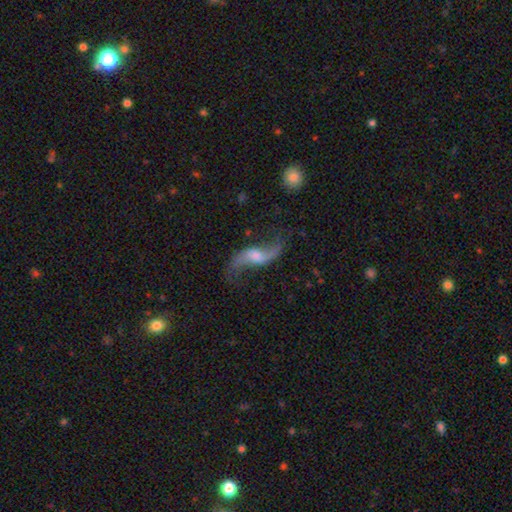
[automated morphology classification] Smooth or featured?
  - featured or disk: 86% *
  - smooth: 8%
  - star or artifact: 6%
Edge-on disk?
  - no: 93% *
  - yes: 7%
Bar?
  - no: 43% *
  - weak: 41%
  - strong: 16%
Spiral arms?
  - yes: 95% *
  - no: 5%
Spiral winding?
  - loose: 93% *
  - medium: 5%
  - tight: 2%
Spiral arm count?
  - 2: 94% *
  - 1: 2%
  - can't tell: 1%
  - 3: 1%
  - 4: 1%
  - more than 4: 1%
Bulge size?
  - moderate: 39% *
  - small: 28%
  - none: 17%
  - large: 13%
  - dominant: 3%
Merging?
  - none: 73% *
  - minor disturbance: 15%
  - major disturbance: 9%
  - merger: 3%